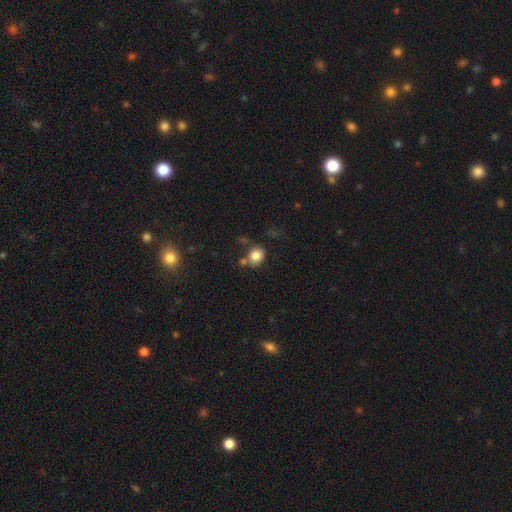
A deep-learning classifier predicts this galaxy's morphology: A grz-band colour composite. It shows a smooth galaxy with no disk features (82%) that is round (67%). Merging: none (61%).